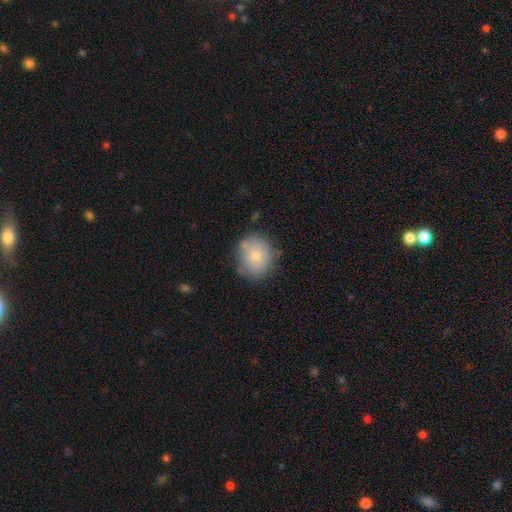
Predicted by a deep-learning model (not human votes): Overall: smooth (78%). How rounded: round (75%). Merging: none (74%).